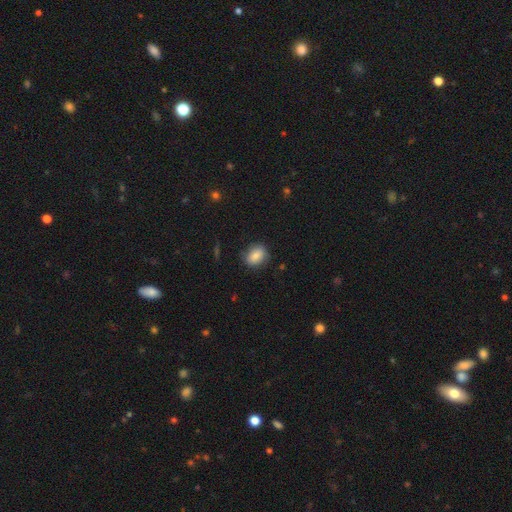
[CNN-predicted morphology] This is likely a smooth galaxy (79%). How rounded: possibly in between (56%). Merging: likely none (78%).